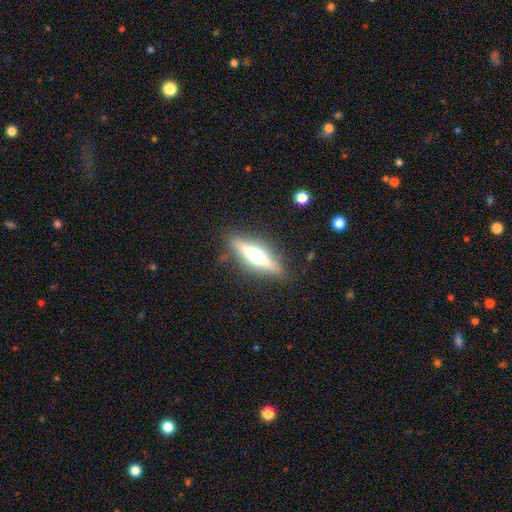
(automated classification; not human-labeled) Q: Smooth or featured?
A: featured or disk (64%); runner-up: smooth (29%)
Q: Edge-on disk?
A: yes (94%); runner-up: no (6%)
Q: Edge-on bulge?
A: rounded (90%); runner-up: boxy (6%)
Q: Merging?
A: none (86%); runner-up: minor disturbance (10%)